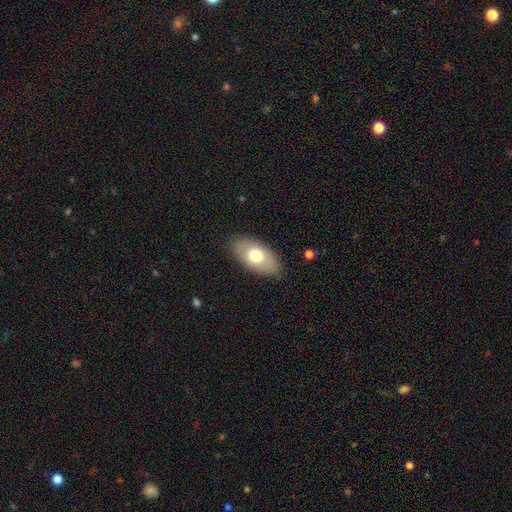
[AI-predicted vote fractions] A smooth galaxy with no disk features (67%) that is in between round and cigar-shaped (93%). Merging: none (84%).